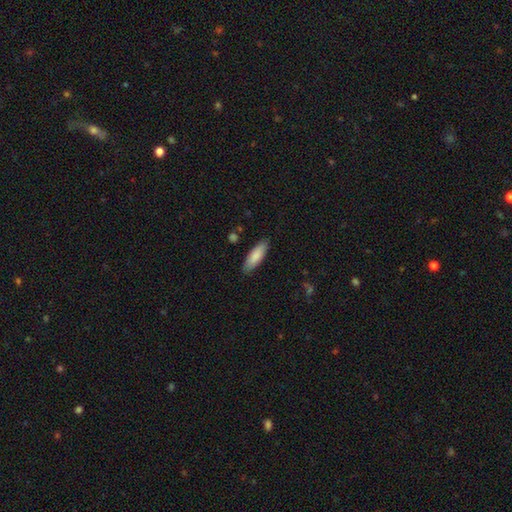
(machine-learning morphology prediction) smooth 85%, featured or disk 10%, star or artifact 5%. Down the decision tree: how rounded — in between (55%); merging — none (86%).